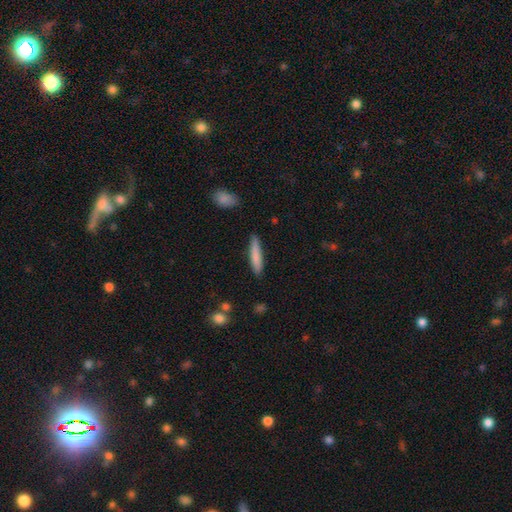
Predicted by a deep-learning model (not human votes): A smooth galaxy with no disk features (80%) that is cigar-shaped (87%). Merging: none (84%).